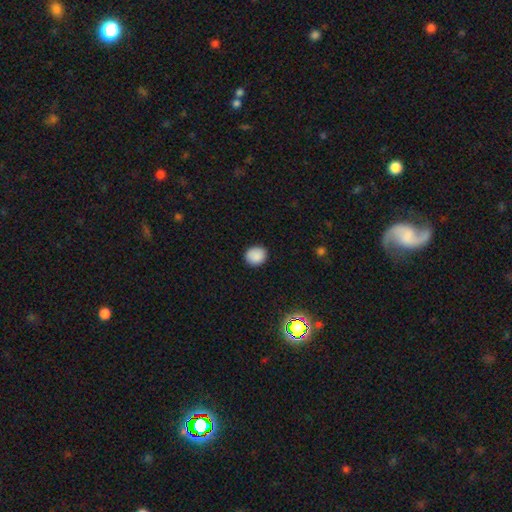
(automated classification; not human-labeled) Smooth or featured? Predicted: smooth (p=0.88). How rounded? Predicted: round (p=0.77). Merging? Predicted: none (p=0.90).